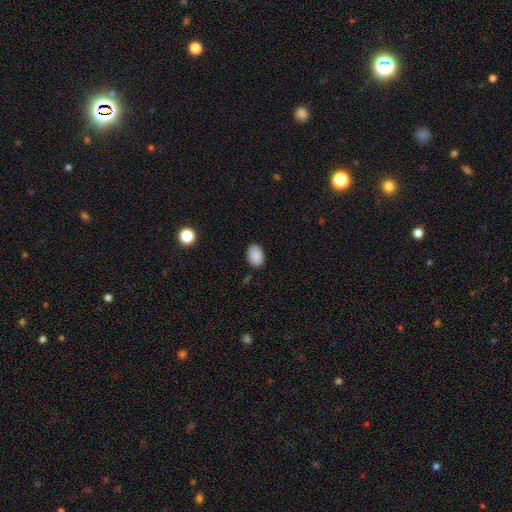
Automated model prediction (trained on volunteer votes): Overall: smooth (89%). How rounded: in between (86%). Merging: none (84%).